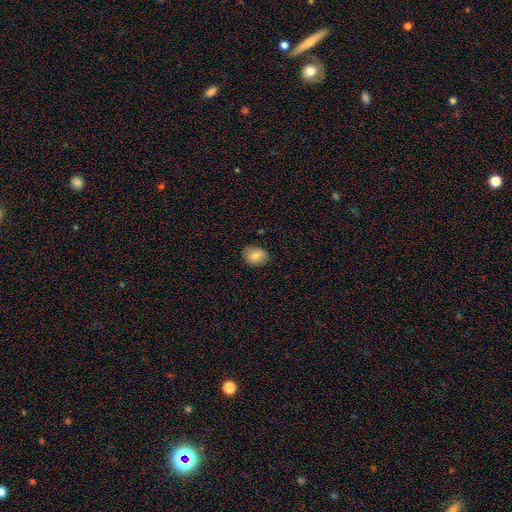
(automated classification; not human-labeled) smooth 80%, featured or disk 11%, star or artifact 9%. Down the decision tree: how rounded — round (51%); merging — none (84%).